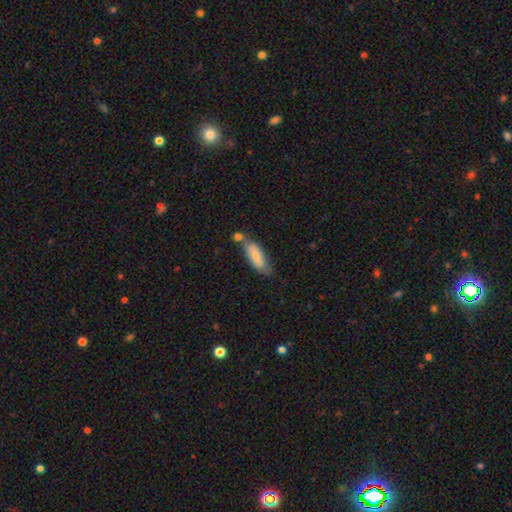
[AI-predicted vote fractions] Morphology: type=smooth (78%); roundness=in between (60%); merging=none (44%).